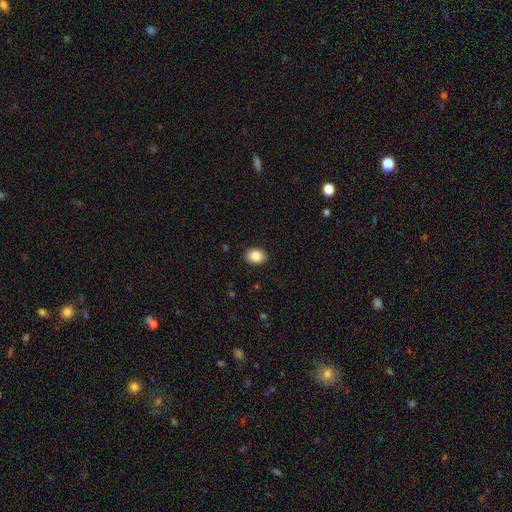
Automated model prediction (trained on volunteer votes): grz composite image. It shows a smooth galaxy with no disk features (87%) that is in between round and cigar-shaped (70%). Merging: none (89%).